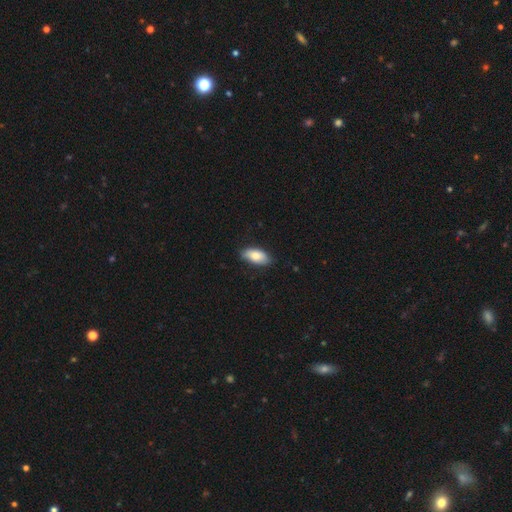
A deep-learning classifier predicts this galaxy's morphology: smooth-or-featured: smooth: 80% | featured or disk: 14% | star or artifact: 6%
  how-rounded: in between: 91% | cigar-shaped: 7% | round: 3%
  merging: none: 80% | minor disturbance: 17% | major disturbance: 2% | merger: 1%